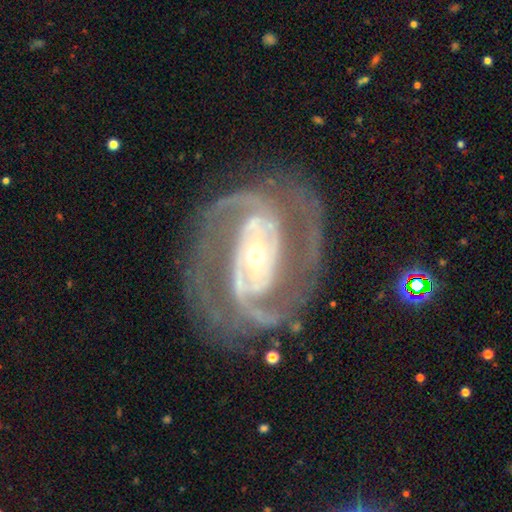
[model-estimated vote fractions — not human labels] Smooth or featured? featured or disk (91%)
Edge-on disk? no (97%)
Bar? strong (36%)
Spiral arms? yes (98%)
Spiral winding? tight (47%)
Spiral arm count? 2 (62%)
Bulge size? small (55%)
Merging? none (73%)